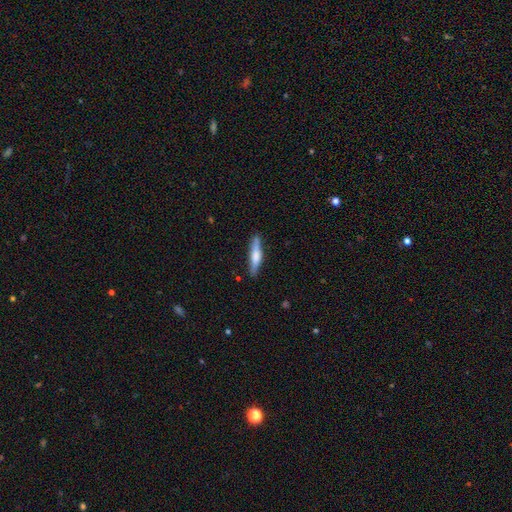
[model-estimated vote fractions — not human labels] smooth-or-featured: smooth: 54% | featured or disk: 40% | star or artifact: 6%
  how-rounded: cigar-shaped: 85% | in between: 13% | round: 2%
  merging: none: 85% | minor disturbance: 11% | major disturbance: 2% | merger: 1%